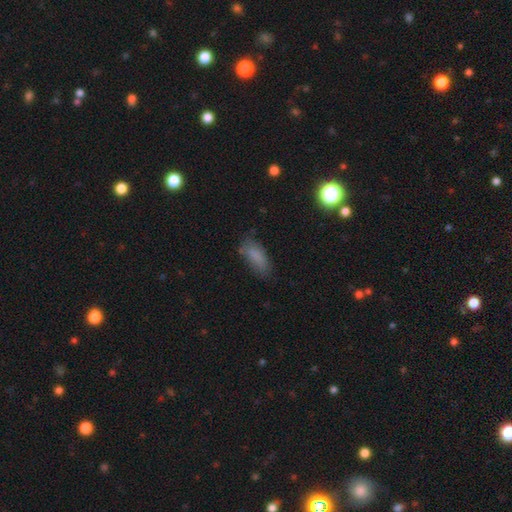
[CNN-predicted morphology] A smooth galaxy with no disk features (79%) that is in between round and cigar-shaped (79%). Merging: none (65%).